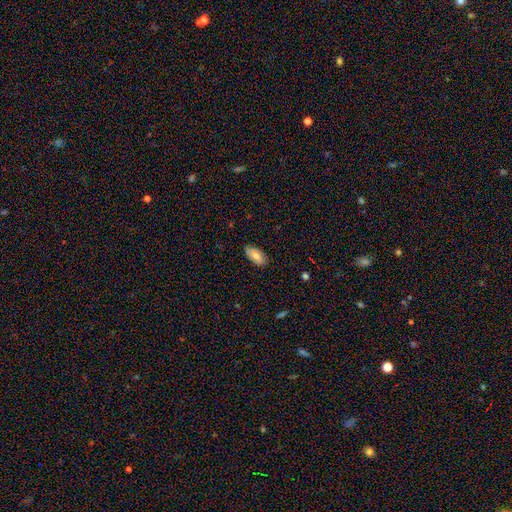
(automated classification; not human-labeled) Smooth or featured? smooth (77%)
How rounded? in between (92%)
Merging? none (84%)